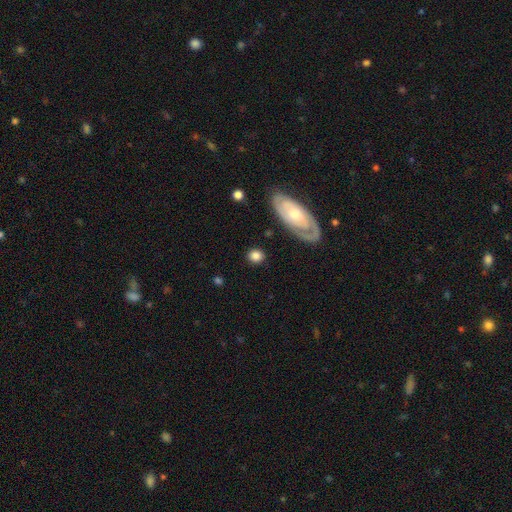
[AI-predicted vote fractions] The model was most divided on "how rounded": round: 66%, in between: 31%, cigar-shaped: 3%. More confident: merging — none (83%); smooth or featured — smooth (76%).